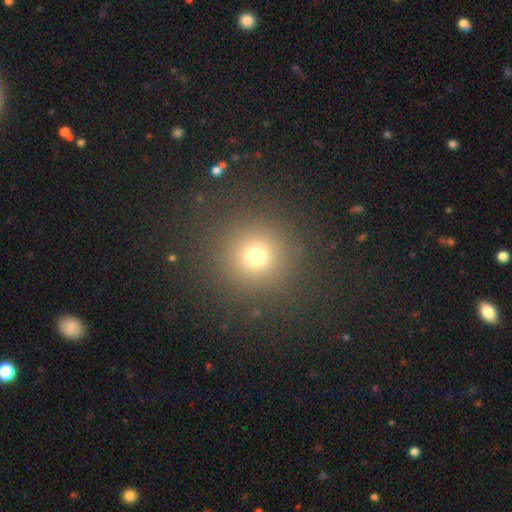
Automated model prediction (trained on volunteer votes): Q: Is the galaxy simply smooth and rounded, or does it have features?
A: smooth — 71%.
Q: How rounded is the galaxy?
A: round — 94%.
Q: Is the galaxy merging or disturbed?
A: none — 88%.